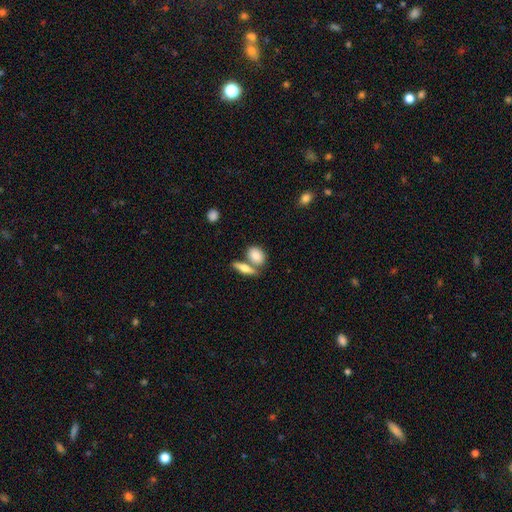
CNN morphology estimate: Smooth or featured: smooth — 81% (featured or disk — 12%)
How rounded: in between — 76% (round — 18%)
Merging: none — 50% (merger — 35%)